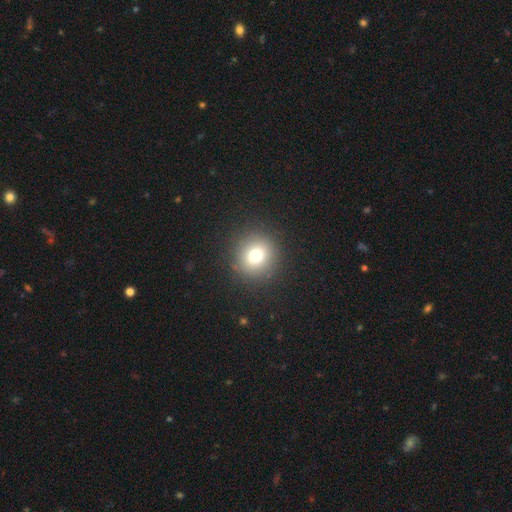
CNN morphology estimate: Smooth or featured: smooth — 75% (star or artifact — 14%)
How rounded: round — 91% (in between — 8%)
Merging: none — 89% (minor disturbance — 6%)